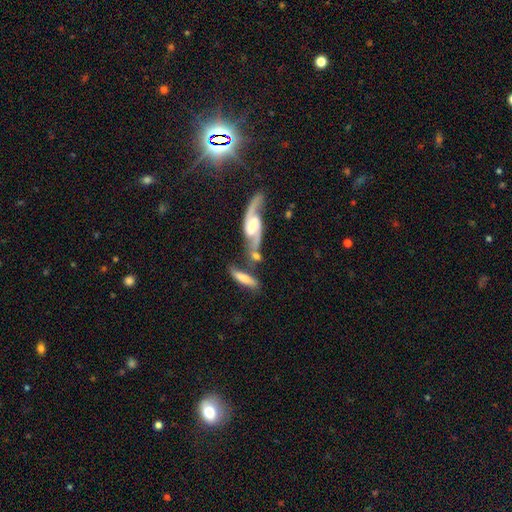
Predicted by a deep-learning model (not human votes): Smooth or featured? featured or disk (68%)
Edge-on disk? no (78%)
Bar? weak (42%)
Spiral arms? yes (89%)
Bulge size? moderate (40%)
Merging? merger (42%)